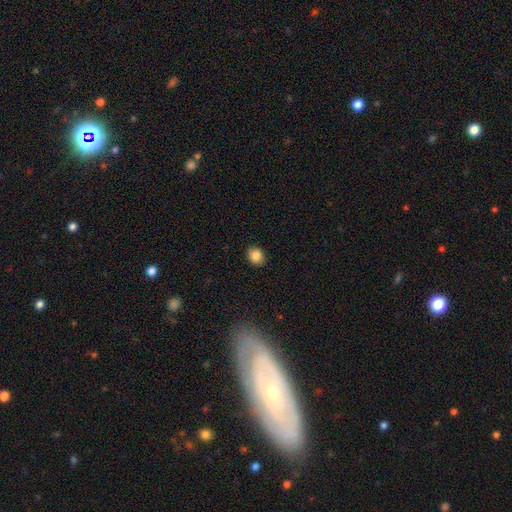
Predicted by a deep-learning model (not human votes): Morphology: type=smooth (85%); roundness=round (55%); merging=none (90%).